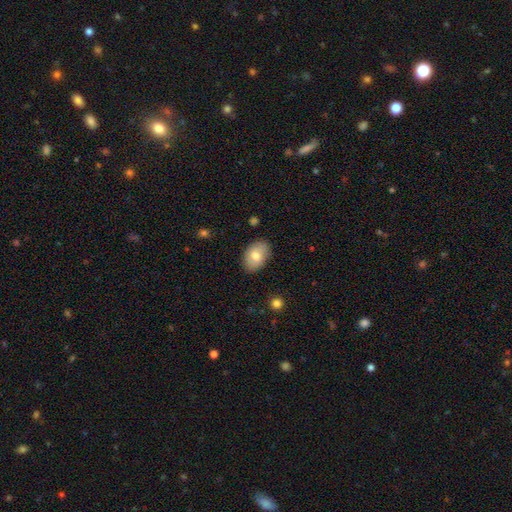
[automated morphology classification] smooth-or-featured: smooth: 76% | featured or disk: 17% | star or artifact: 7%
  how-rounded: in between: 89% | round: 10% | cigar-shaped: 1%
  merging: none: 85% | minor disturbance: 11% | major disturbance: 2% | merger: 1%